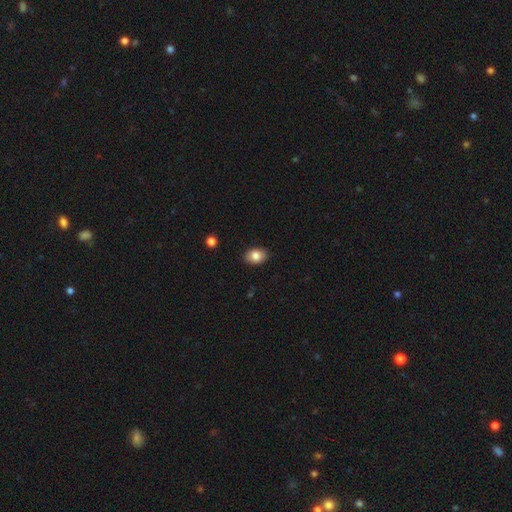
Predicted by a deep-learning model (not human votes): smooth-or-featured: smooth: 84% | star or artifact: 8% | featured or disk: 8%
  how-rounded: in between: 78% | round: 21% | cigar-shaped: 1%
  merging: none: 89% | minor disturbance: 8% | major disturbance: 2% | merger: 1%